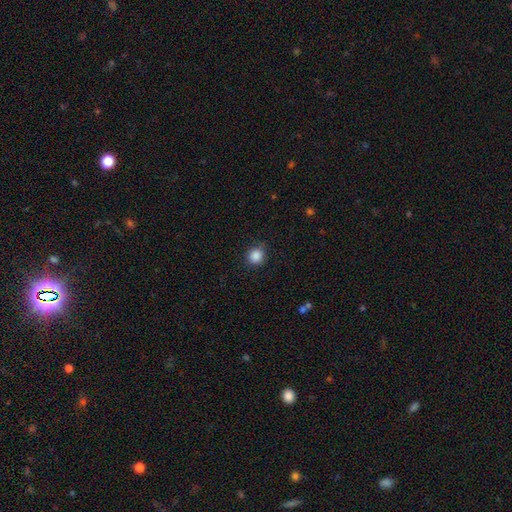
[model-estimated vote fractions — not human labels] Morphology: type=smooth (87%); roundness=round (89%); merging=none (84%).